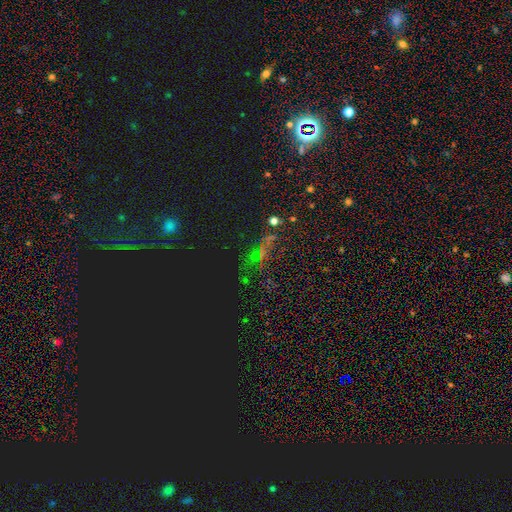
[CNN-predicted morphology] Q: Smooth or featured?
A: star or artifact (71%); runner-up: smooth (19%)